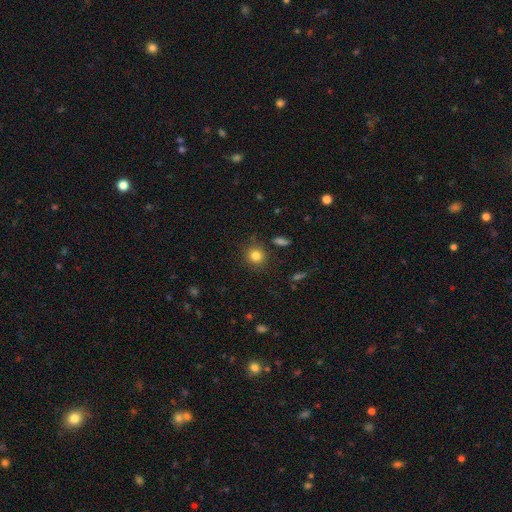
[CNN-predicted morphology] Smooth or featured?
  - smooth: 82% *
  - star or artifact: 12%
  - featured or disk: 7%
How rounded?
  - round: 88% *
  - in between: 11%
  - cigar-shaped: 1%
Merging?
  - none: 86% *
  - minor disturbance: 9%
  - major disturbance: 3%
  - merger: 3%